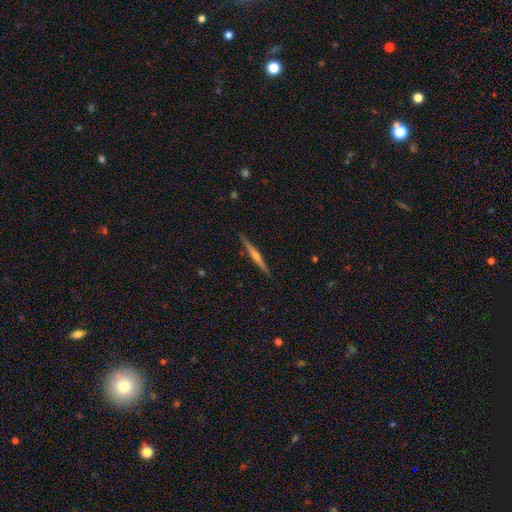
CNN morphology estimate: type=featured or disk (73%); edge-on=yes (98%); edge-on bulge=rounded (73%); merging=none (91%).